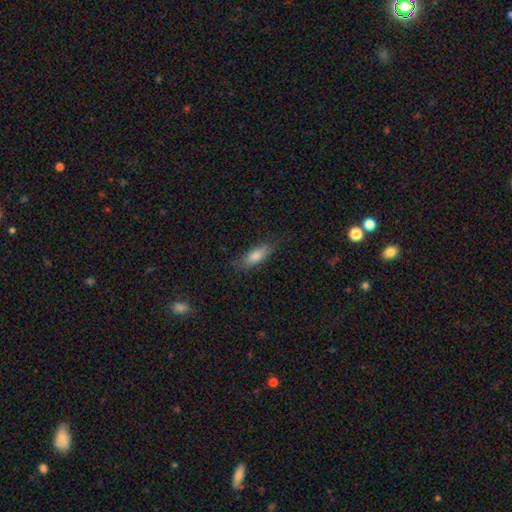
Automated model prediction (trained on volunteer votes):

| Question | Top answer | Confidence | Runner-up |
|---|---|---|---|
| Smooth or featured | smooth | 76% | featured or disk (16%) |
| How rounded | in between | 61% | cigar-shaped (37%) |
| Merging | none | 78% | minor disturbance (17%) |